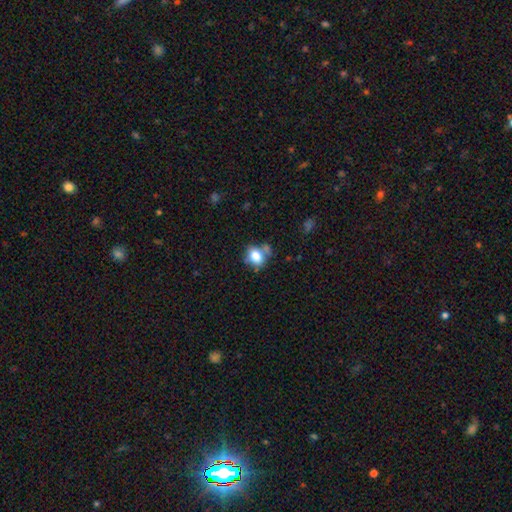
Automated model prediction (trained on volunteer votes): Smooth or featured? smooth (79%)
How rounded? in between (57%)
Merging? none (54%)